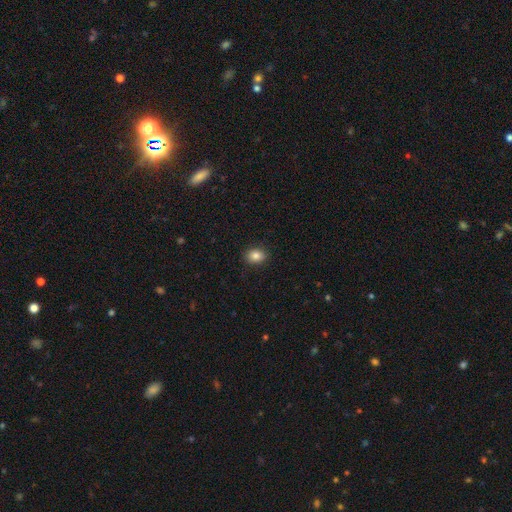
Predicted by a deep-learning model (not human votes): smooth 84%, star or artifact 10%, featured or disk 6%. Down the decision tree: how rounded — in between (58%); merging — none (90%).